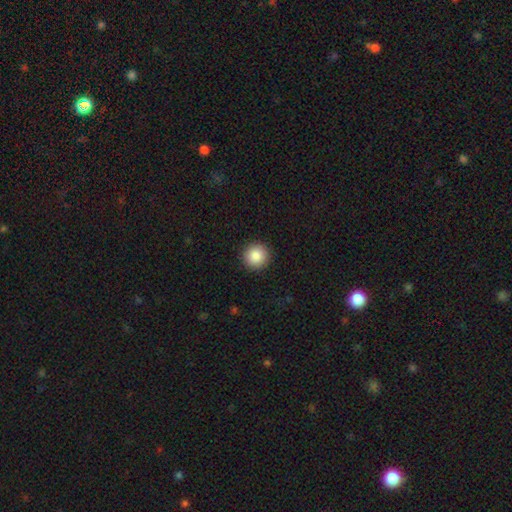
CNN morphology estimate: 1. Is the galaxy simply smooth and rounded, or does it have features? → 86% smooth, 9% star or artifact, 5% featured or disk.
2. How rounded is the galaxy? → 95% round, 4% in between, 1% cigar-shaped.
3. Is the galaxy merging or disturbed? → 92% none, 5% minor disturbance, 2% major disturbance, 1% merger.